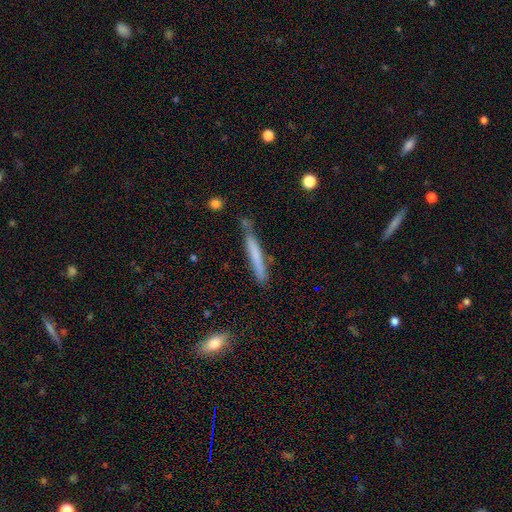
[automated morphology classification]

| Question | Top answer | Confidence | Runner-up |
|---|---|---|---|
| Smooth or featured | smooth | 66% | featured or disk (27%) |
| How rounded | cigar-shaped | 96% | in between (3%) |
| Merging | none | 74% | minor disturbance (18%) |